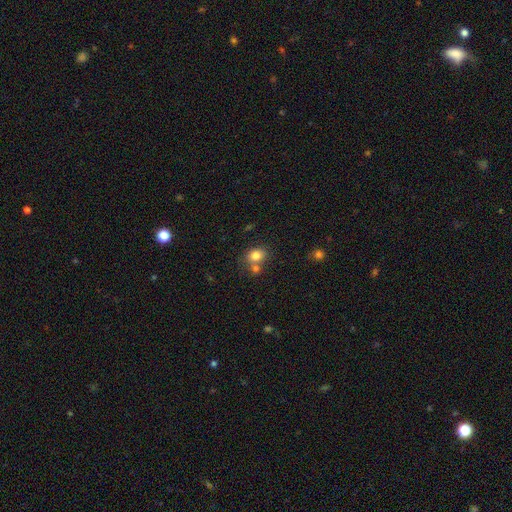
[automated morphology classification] type=smooth (80%); roundness=round (50%); merging=none (54%).